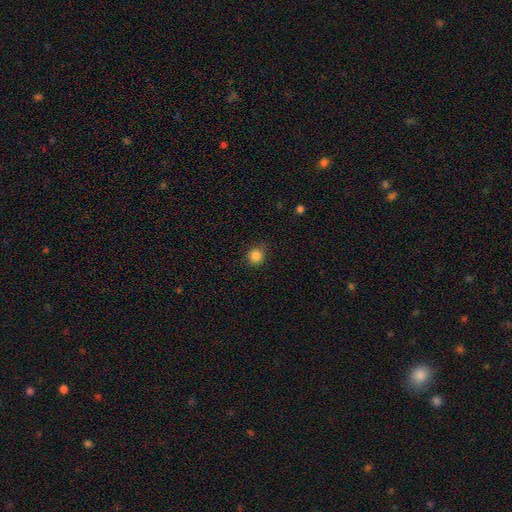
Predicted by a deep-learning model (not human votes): Q: Smooth or featured?
A: smooth (85%); runner-up: star or artifact (11%)
Q: How rounded?
A: round (90%); runner-up: in between (9%)
Q: Merging?
A: none (84%); runner-up: minor disturbance (12%)